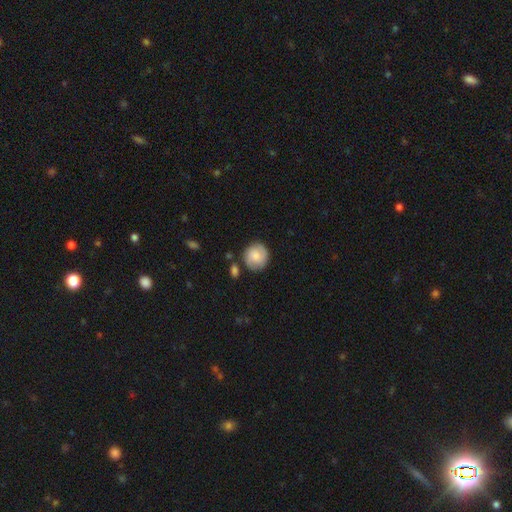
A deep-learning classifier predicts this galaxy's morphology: Smooth or featured?
  - smooth: 62% *
  - featured or disk: 31%
  - star or artifact: 8%
How rounded?
  - round: 87% *
  - in between: 12%
  - cigar-shaped: 1%
Merging?
  - none: 76% *
  - minor disturbance: 14%
  - merger: 6%
  - major disturbance: 4%